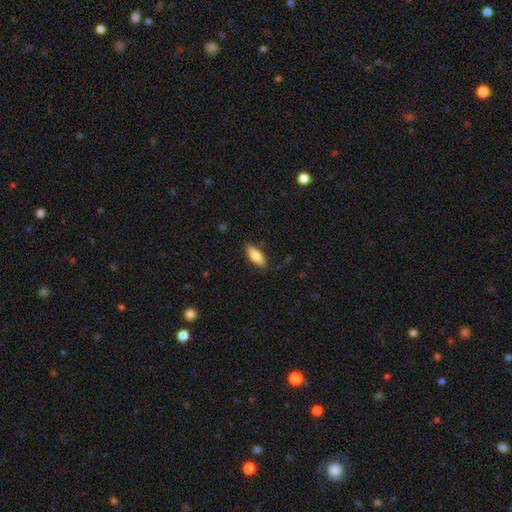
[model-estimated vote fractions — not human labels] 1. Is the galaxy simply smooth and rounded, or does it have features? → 76% smooth, 18% featured or disk, 6% star or artifact.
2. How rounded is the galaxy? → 62% in between, 36% cigar-shaped, 2% round.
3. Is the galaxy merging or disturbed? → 86% none, 11% minor disturbance, 2% major disturbance, 1% merger.